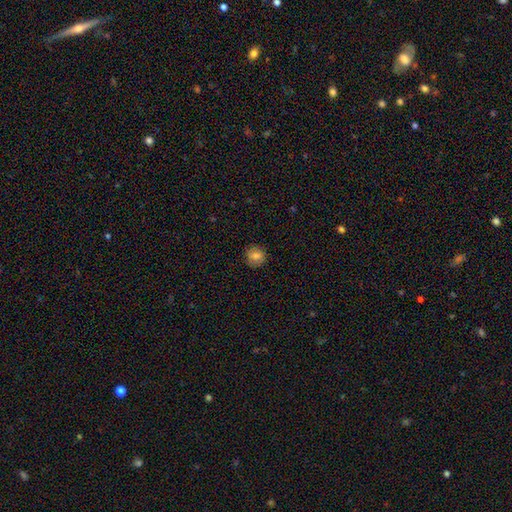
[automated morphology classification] Smooth or featured? Predicted: smooth (p=0.78). How rounded? Predicted: round (p=0.87). Merging? Predicted: none (p=0.87).